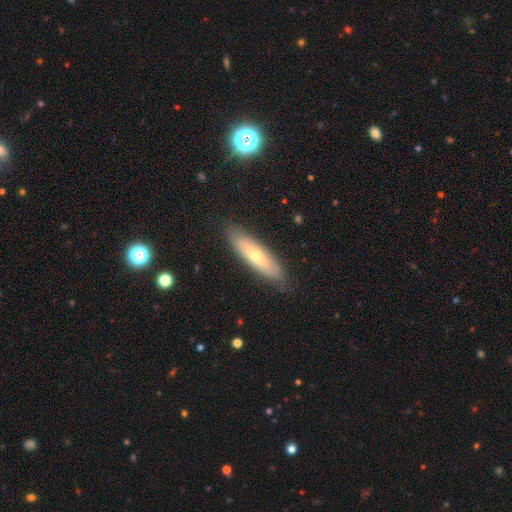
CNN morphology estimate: Smooth or featured?
  - smooth: 53% *
  - featured or disk: 39%
  - star or artifact: 8%
How rounded?
  - cigar-shaped: 65% *
  - in between: 33%
  - round: 2%
Merging?
  - none: 85% *
  - minor disturbance: 11%
  - major disturbance: 2%
  - merger: 1%